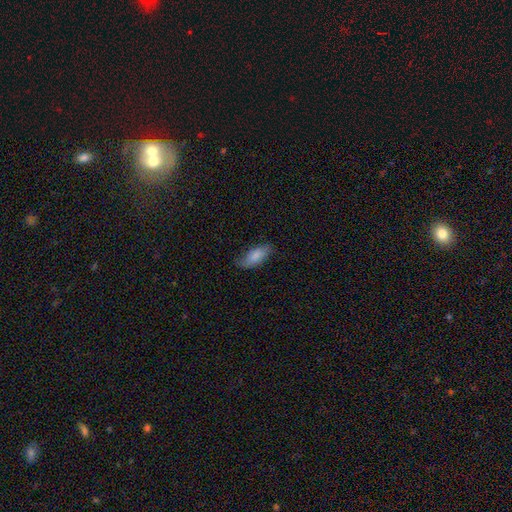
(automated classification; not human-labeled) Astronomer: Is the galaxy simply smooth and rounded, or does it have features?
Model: smooth — 82%.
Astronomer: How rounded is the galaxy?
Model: in between — 82%.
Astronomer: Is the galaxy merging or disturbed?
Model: none — 69%.